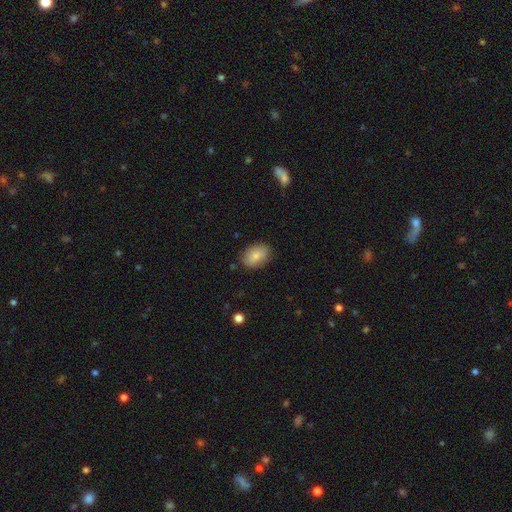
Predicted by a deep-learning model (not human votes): Overall: smooth (82%). How rounded: in between (85%). Merging: none (84%).